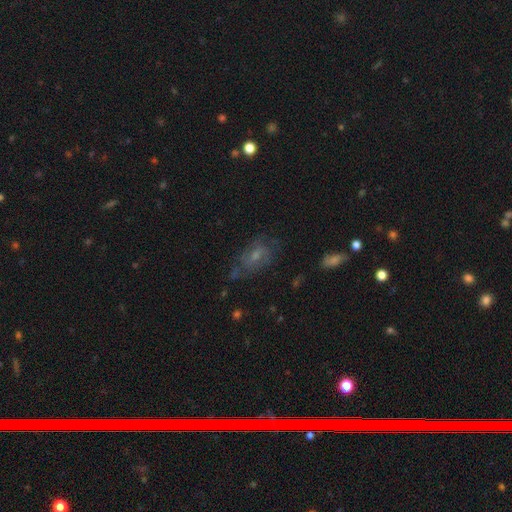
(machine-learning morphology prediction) Smooth or featured: featured or disk — 53% (smooth — 31%)
Edge-on disk: no — 93% (yes — 7%)
Merging: none — 62% (minor disturbance — 22%)